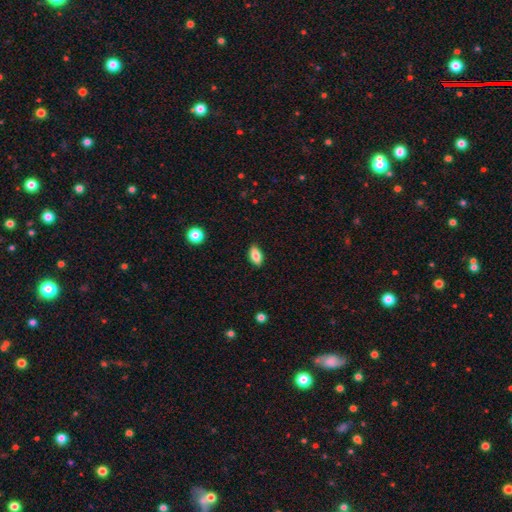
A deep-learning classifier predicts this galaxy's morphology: Smooth or featured? smooth (81%)
How rounded? in between (88%)
Merging? none (87%)